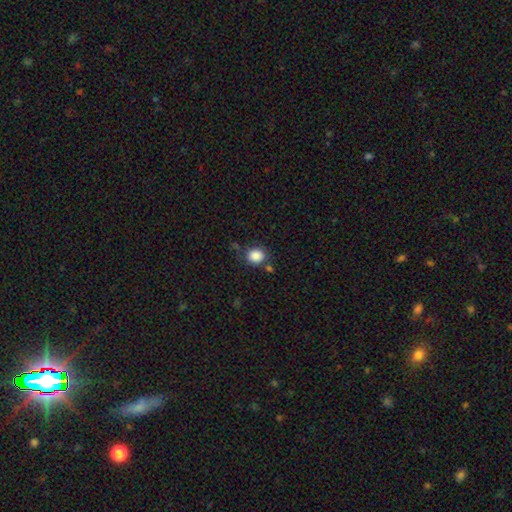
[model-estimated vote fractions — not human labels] Smooth or featured?
  - smooth: 86% *
  - star or artifact: 10%
  - featured or disk: 4%
How rounded?
  - round: 69% *
  - in between: 30%
  - cigar-shaped: 1%
Merging?
  - none: 74% *
  - minor disturbance: 13%
  - merger: 9%
  - major disturbance: 5%